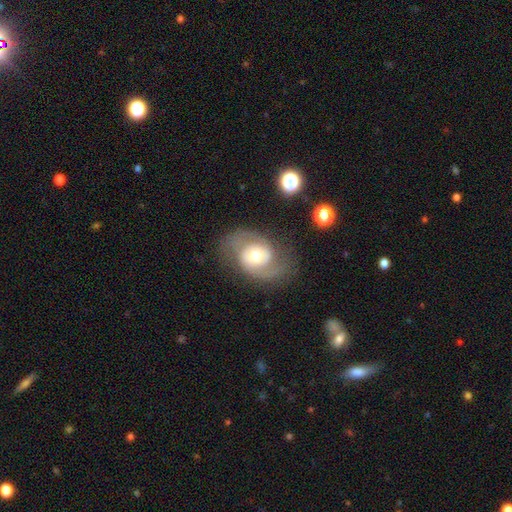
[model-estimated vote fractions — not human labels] featured or disk 76%, smooth 17%, star or artifact 6%. Down the decision tree: edge-on disk — no (97%); bar — no (63%); spiral arms — yes (87%); spiral arm count — 2 (87%); spiral winding — medium (50%); bulge size — moderate (68%); merging — none (69%).